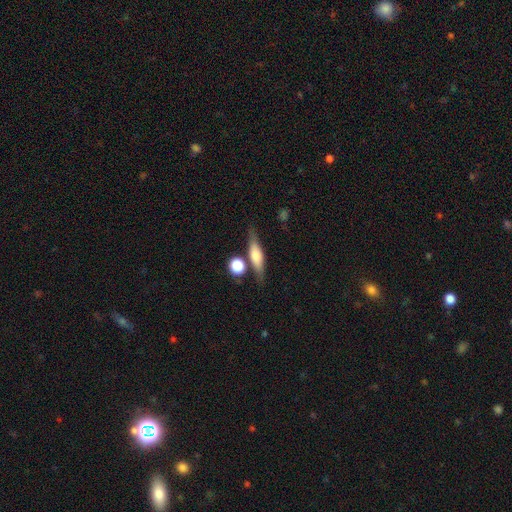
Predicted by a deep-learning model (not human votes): featured or disk 48%, smooth 45%, star or artifact 7%. Down the decision tree: merging — none (73%).